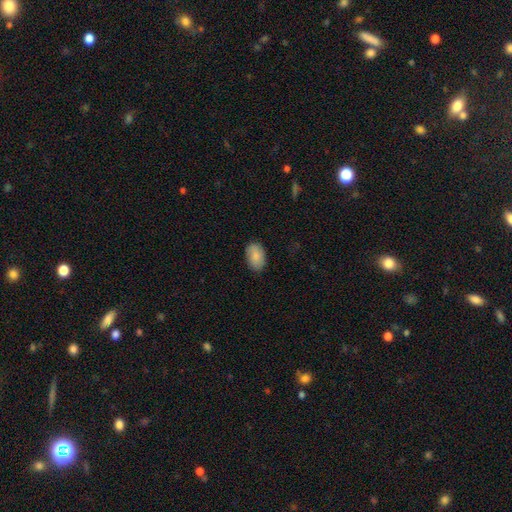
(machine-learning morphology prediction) type=smooth (86%); roundness=in between (92%); merging=none (84%).